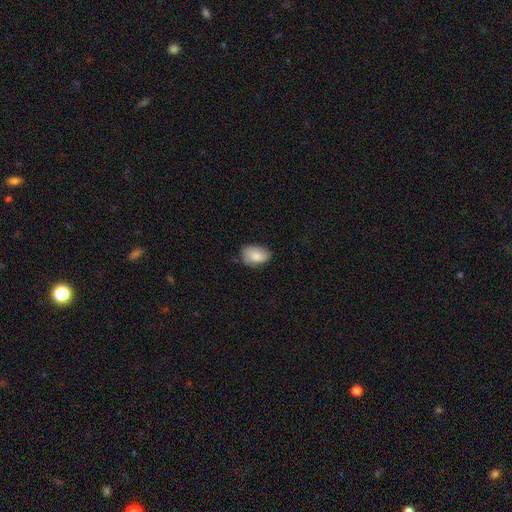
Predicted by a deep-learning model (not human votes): The model was most divided on "merging": none: 67%, minor disturbance: 27%, major disturbance: 5%, merger: 1%. More confident: how rounded — in between (87%); smooth or featured — smooth (82%).